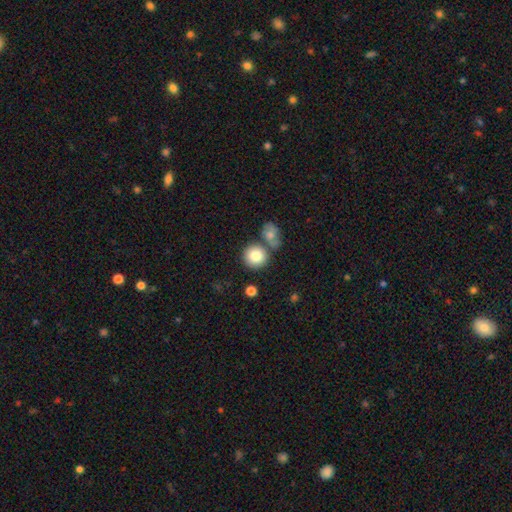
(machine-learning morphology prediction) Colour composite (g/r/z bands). It shows a smooth galaxy with no disk features (83%) that is round (89%). Merging: none (66%).